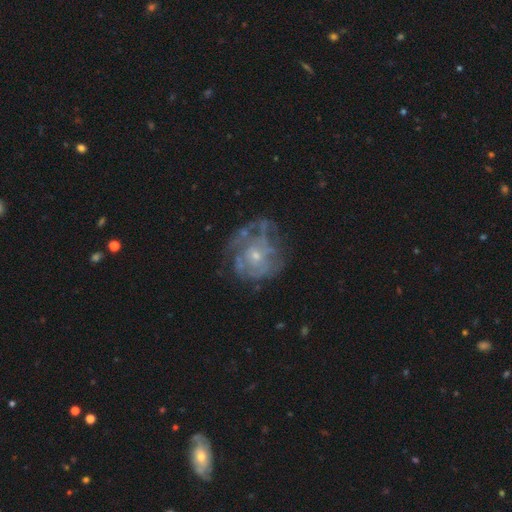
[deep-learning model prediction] Smooth or featured?
  - featured or disk: 74% *
  - smooth: 16%
  - star or artifact: 10%
Edge-on disk?
  - no: 98% *
  - yes: 2%
Bar?
  - no: 83% *
  - weak: 14%
  - strong: 3%
Spiral arms?
  - yes: 58% *
  - no: 42%
Bulge size?
  - small: 70% *
  - moderate: 24%
  - none: 3%
  - large: 1%
  - dominant: 1%
Merging?
  - none: 53% *
  - major disturbance: 22%
  - minor disturbance: 21%
  - merger: 3%